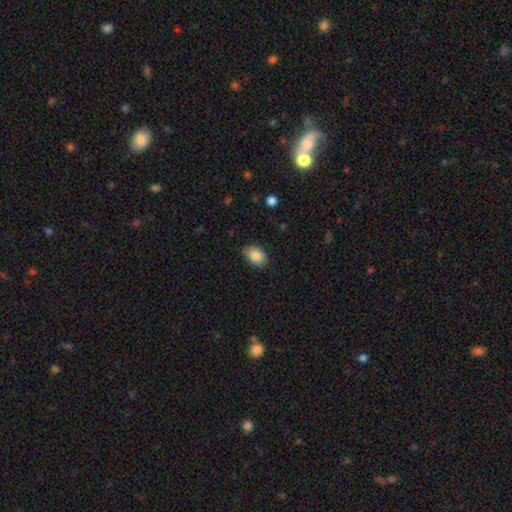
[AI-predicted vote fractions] smooth_or_featured: smooth (p=0.84) [alt: featured or disk p=0.09]
how_rounded: in between (p=0.82) [alt: round p=0.17]
merging: none (p=0.84) [alt: minor disturbance p=0.13]